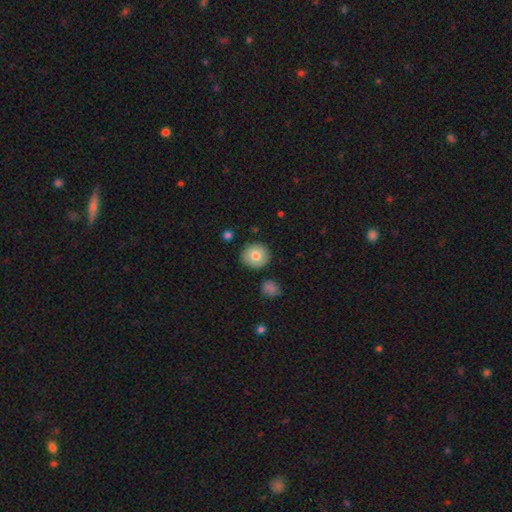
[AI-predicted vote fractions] smooth 78%, featured or disk 14%, star or artifact 8%. Down the decision tree: how rounded — round (88%); merging — none (87%).